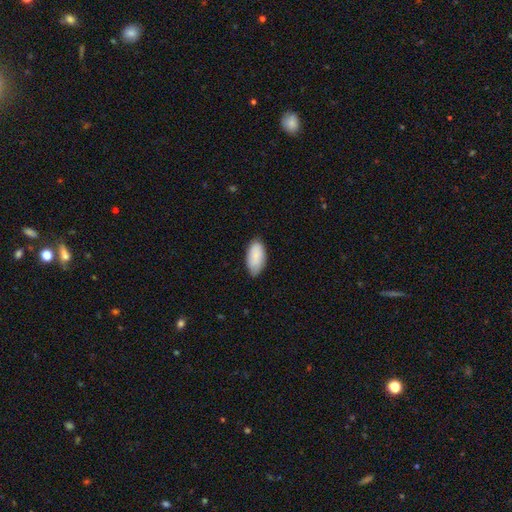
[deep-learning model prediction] Smooth or featured? Predicted: smooth (p=0.87). How rounded? Predicted: in between (p=0.95). Merging? Predicted: none (p=0.74).